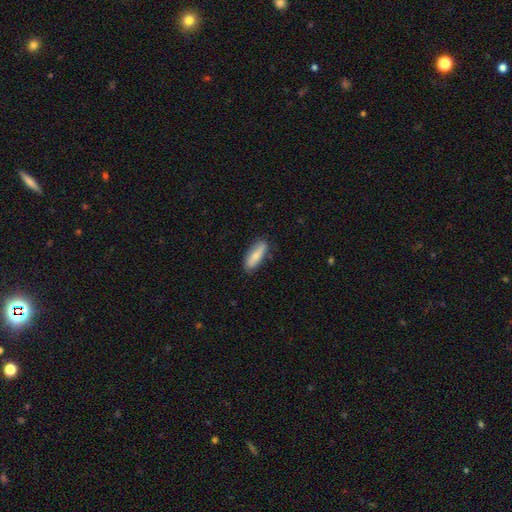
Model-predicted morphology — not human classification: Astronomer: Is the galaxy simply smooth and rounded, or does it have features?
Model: smooth — 74%.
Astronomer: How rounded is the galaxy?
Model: in between — 58% (runner-up: cigar-shaped, 40%).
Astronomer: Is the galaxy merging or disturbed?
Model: none — 83%.